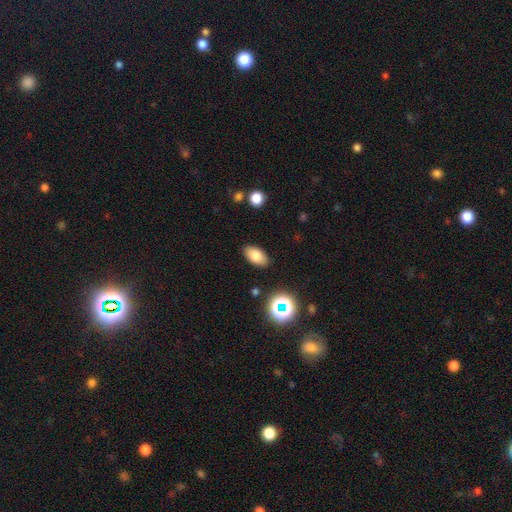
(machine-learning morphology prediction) Overall: smooth (80%). How rounded: in between (92%). Merging: none (86%).